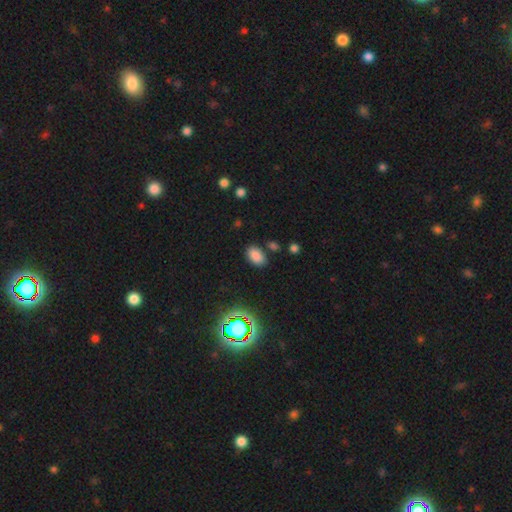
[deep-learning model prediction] Smooth or featured?
  - smooth: 80% *
  - star or artifact: 15%
  - featured or disk: 5%
How rounded?
  - in between: 90% *
  - round: 9%
  - cigar-shaped: 2%
Merging?
  - none: 82% *
  - minor disturbance: 11%
  - merger: 3%
  - major disturbance: 3%